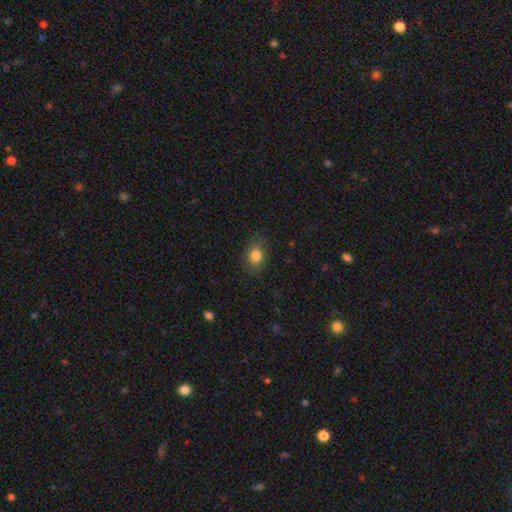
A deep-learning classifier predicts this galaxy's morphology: The model was most divided on "how rounded": in between: 60%, round: 39%, cigar-shaped: 1%. More confident: merging — none (83%); smooth or featured — smooth (83%).